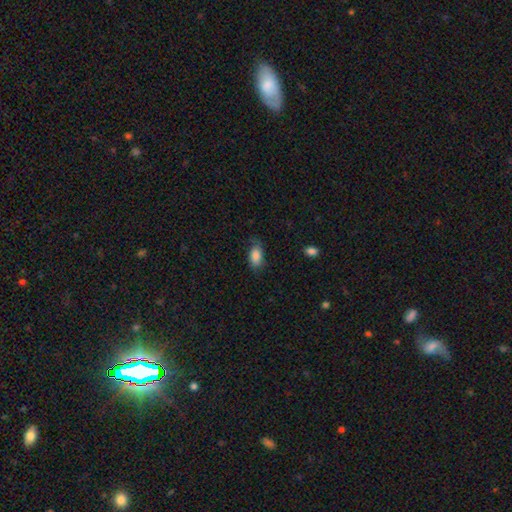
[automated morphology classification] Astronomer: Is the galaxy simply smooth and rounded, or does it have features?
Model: smooth — 84%.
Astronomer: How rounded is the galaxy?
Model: in between — 91%.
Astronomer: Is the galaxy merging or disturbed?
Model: none — 66%.